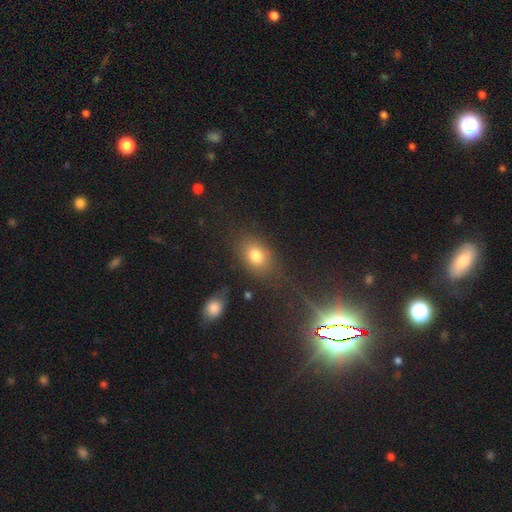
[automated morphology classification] A smooth galaxy with no disk features (78%) that is in between round and cigar-shaped (72%). Merging: none (75%).